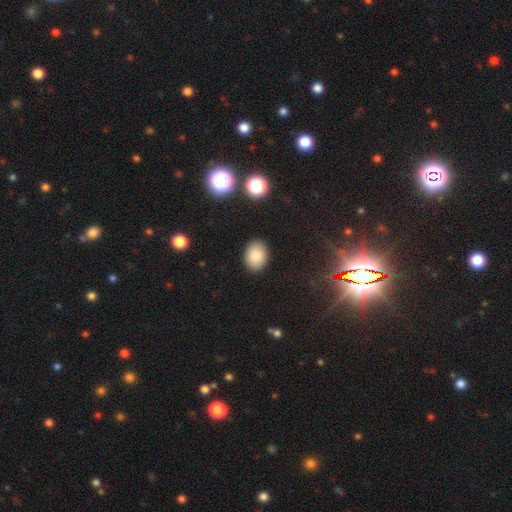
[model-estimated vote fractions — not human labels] A smooth galaxy with no disk features (85%) that is in between round and cigar-shaped (70%). Merging: none (89%).